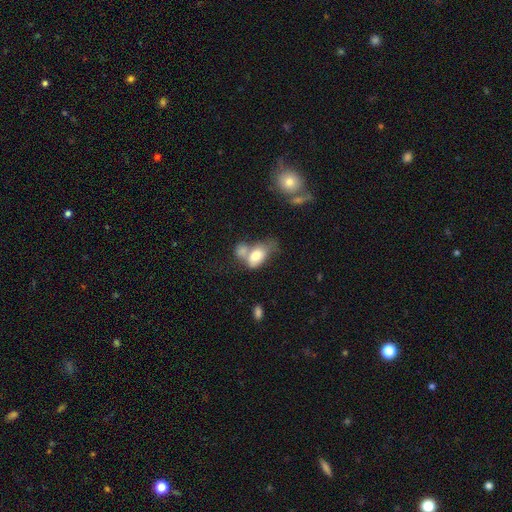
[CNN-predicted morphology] type=smooth (73%); roundness=in between (87%); merging=merger (53%).